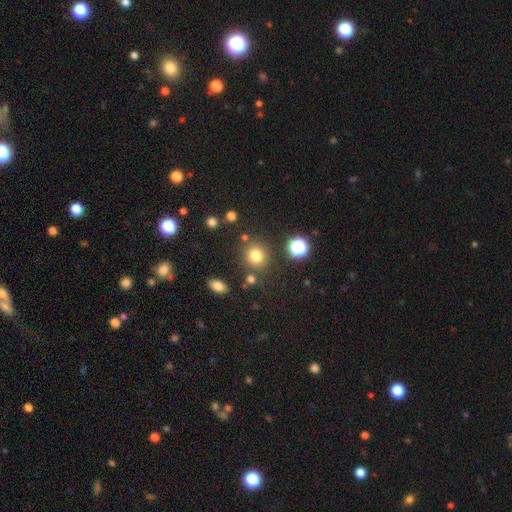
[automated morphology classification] This appears to be a smooth galaxy with no disk features (77%) that is round (86%). Merging: none (81%).